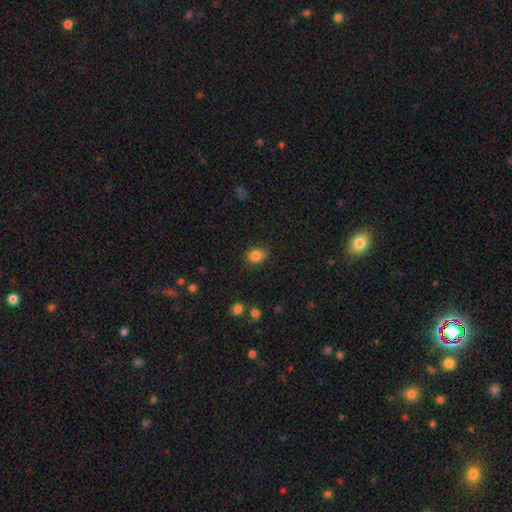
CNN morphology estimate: smooth_or_featured: smooth (p=0.85) [alt: star or artifact p=0.11]
how_rounded: in between (p=0.52) [alt: round p=0.47]
merging: none (p=0.85) [alt: minor disturbance p=0.10]